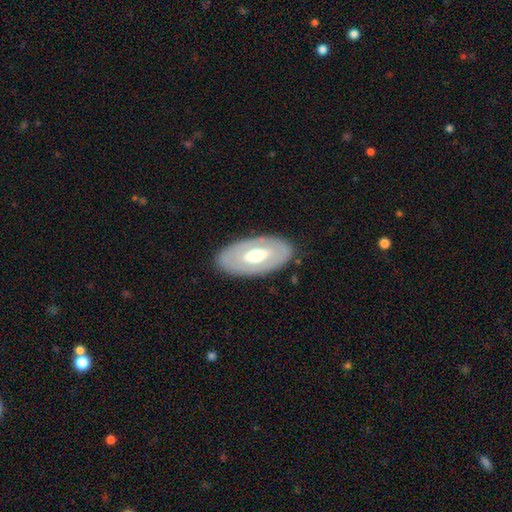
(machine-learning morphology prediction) type=featured or disk (58%); edge-on=no (87%); bar=no (57%); spiral arms=no (81%); bulge=moderate (69%); merging=none (85%).